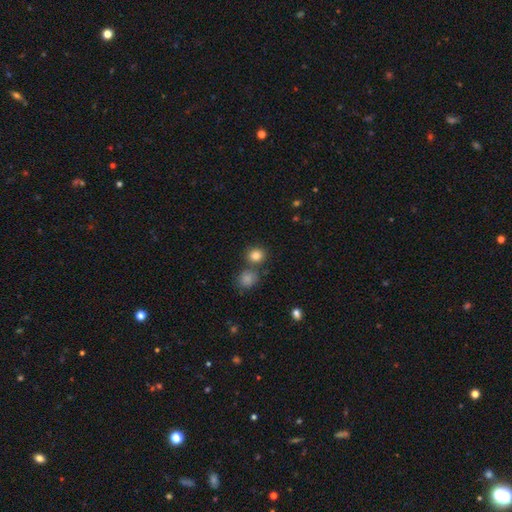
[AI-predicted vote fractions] Smooth or featured: smooth — 84% (star or artifact — 11%)
How rounded: round — 82% (in between — 17%)
Merging: none — 69% (merger — 19%)